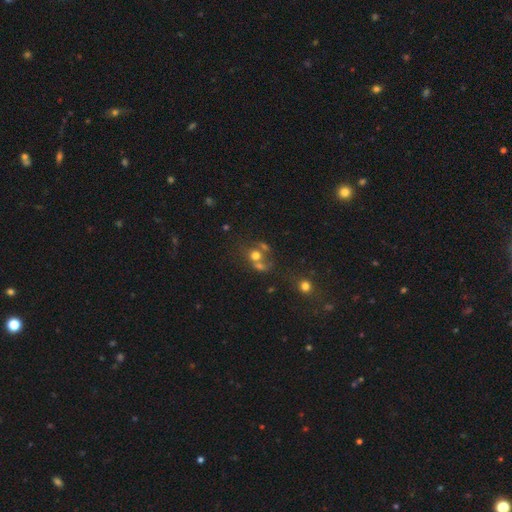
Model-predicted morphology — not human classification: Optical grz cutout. It shows a smooth galaxy with no disk features (60%) that is round (73%). Merging: merger (48%).